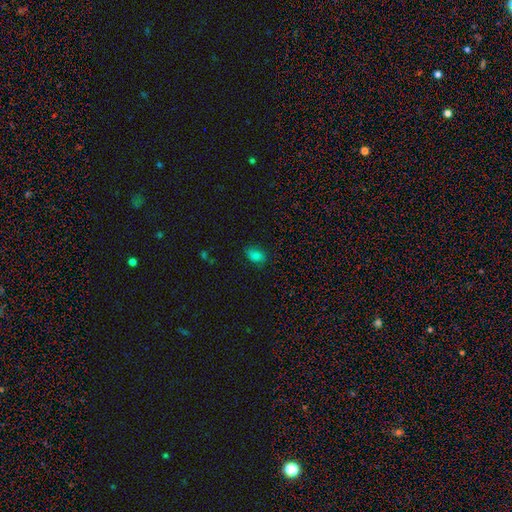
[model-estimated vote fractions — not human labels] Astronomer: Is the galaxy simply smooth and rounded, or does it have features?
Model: smooth — 80%.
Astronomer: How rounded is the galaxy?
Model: in between — 81%.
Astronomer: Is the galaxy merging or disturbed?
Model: none — 80%.